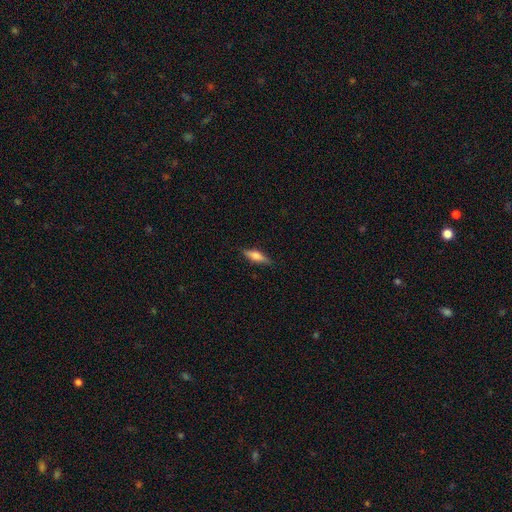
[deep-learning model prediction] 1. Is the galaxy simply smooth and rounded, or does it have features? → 62% smooth, 31% featured or disk, 7% star or artifact.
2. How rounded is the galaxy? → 57% cigar-shaped, 41% in between, 2% round.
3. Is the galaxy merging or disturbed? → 85% none, 12% minor disturbance, 2% major disturbance, 1% merger.